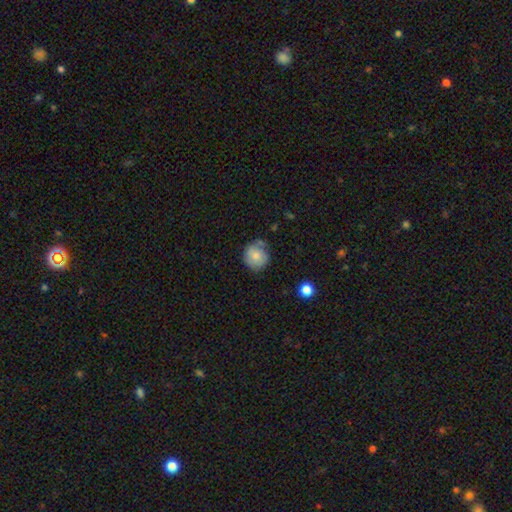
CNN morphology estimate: Smooth or featured? smooth (72%)
How rounded? round (87%)
Merging? none (64%)